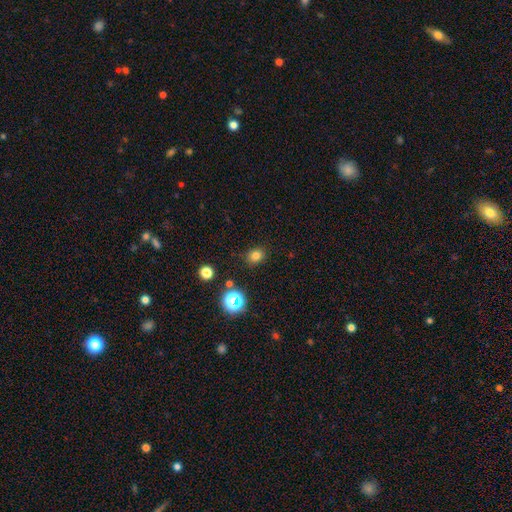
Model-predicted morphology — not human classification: The model was most divided on "how rounded": round: 69%, in between: 30%, cigar-shaped: 1%. More confident: merging — none (85%); smooth or featured — smooth (76%).